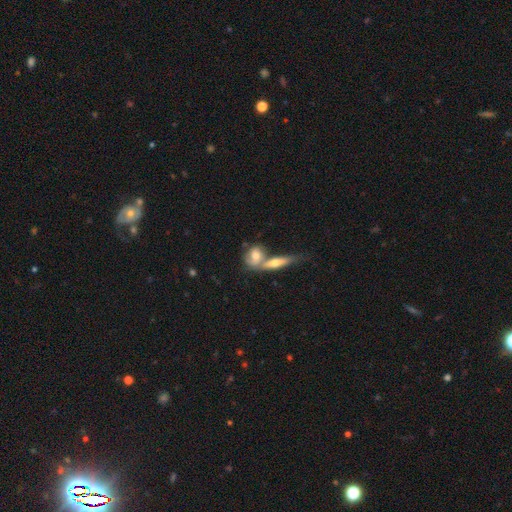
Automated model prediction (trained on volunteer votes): Smooth or featured?
  - smooth: 56% *
  - featured or disk: 37%
  - star or artifact: 7%
How rounded?
  - in between: 55% *
  - round: 27%
  - cigar-shaped: 18%
Merging?
  - merger: 52% *
  - none: 32%
  - minor disturbance: 11%
  - major disturbance: 5%